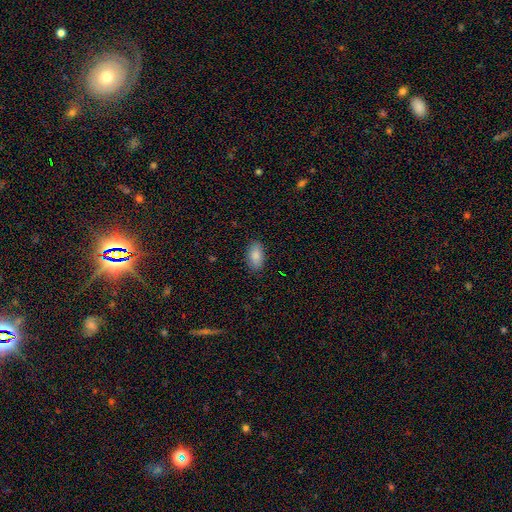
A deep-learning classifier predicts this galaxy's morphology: smooth 85%, featured or disk 8%, star or artifact 7%. Down the decision tree: how rounded — in between (92%); merging — none (87%).